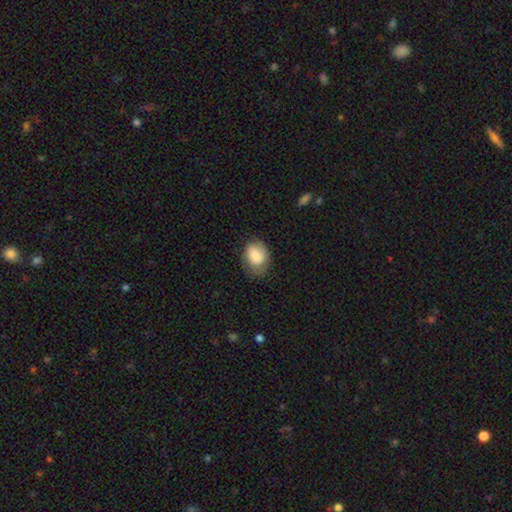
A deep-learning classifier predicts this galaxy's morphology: Smooth or featured? smooth (81%)
How rounded? in between (67%)
Merging? none (62%)